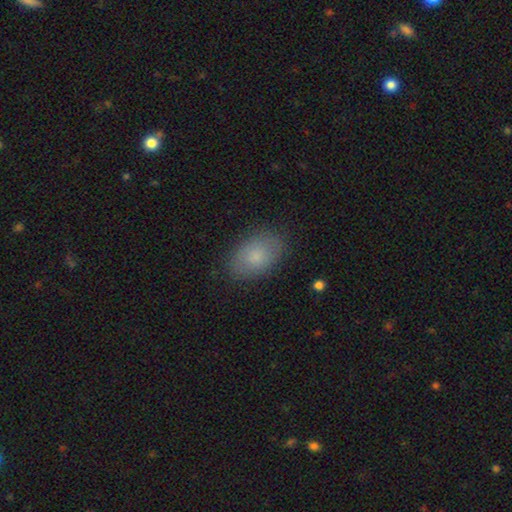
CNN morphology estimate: This is clearly a smooth galaxy (80%). How rounded: clearly in between (89%). Merging: clearly none (84%).